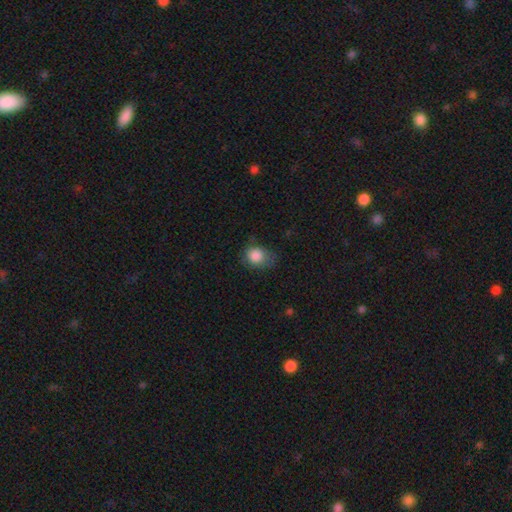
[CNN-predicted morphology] Smooth or featured?
  - smooth: 85% *
  - star or artifact: 8%
  - featured or disk: 7%
How rounded?
  - round: 54% *
  - in between: 45%
  - cigar-shaped: 1%
Merging?
  - none: 51% *
  - minor disturbance: 34%
  - major disturbance: 13%
  - merger: 2%